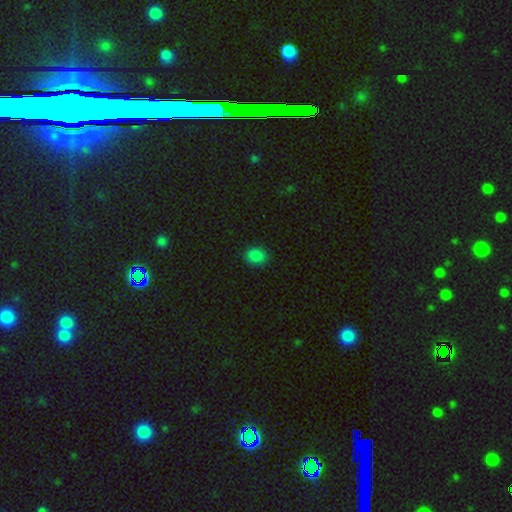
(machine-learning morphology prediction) Overall: smooth (86%). How rounded: round (54%; in between 45%). Merging: none (88%).